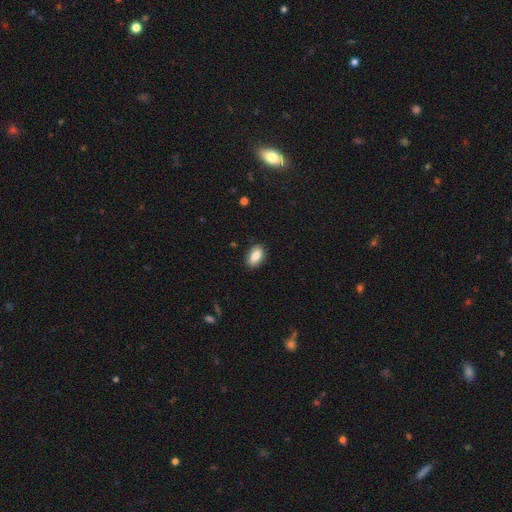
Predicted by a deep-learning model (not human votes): smooth_or_featured: smooth (p=0.86) [alt: star or artifact p=0.07]
how_rounded: in between (p=0.91) [alt: round p=0.05]
merging: none (p=0.87) [alt: minor disturbance p=0.10]